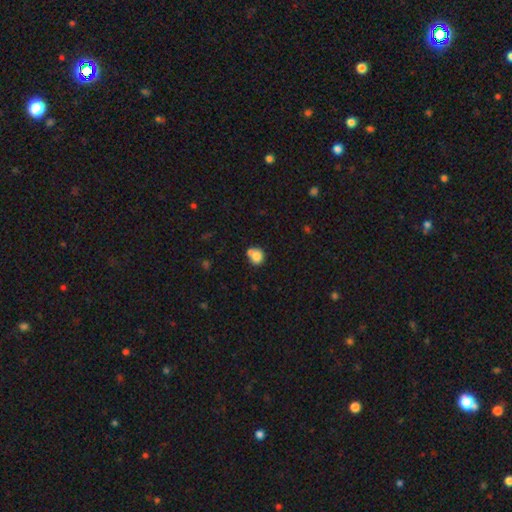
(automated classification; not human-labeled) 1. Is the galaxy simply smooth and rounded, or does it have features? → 80% smooth, 10% featured or disk, 10% star or artifact.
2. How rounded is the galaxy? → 71% round, 29% in between, 1% cigar-shaped.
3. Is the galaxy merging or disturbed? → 42% none, 41% merger, 12% minor disturbance, 5% major disturbance.